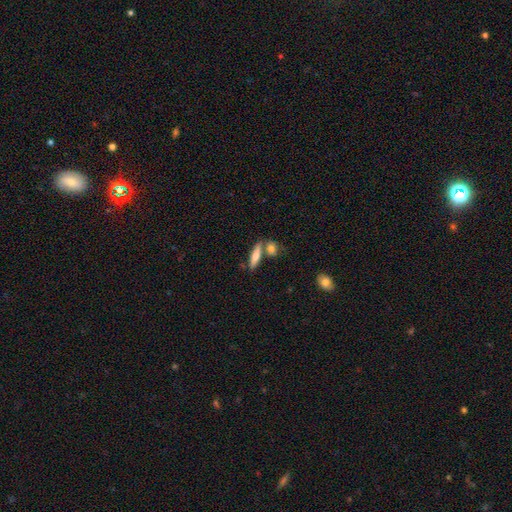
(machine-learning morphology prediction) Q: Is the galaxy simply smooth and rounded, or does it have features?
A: smooth — 65%.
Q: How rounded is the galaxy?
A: cigar-shaped — 68%.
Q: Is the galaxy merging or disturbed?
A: none — 64%.